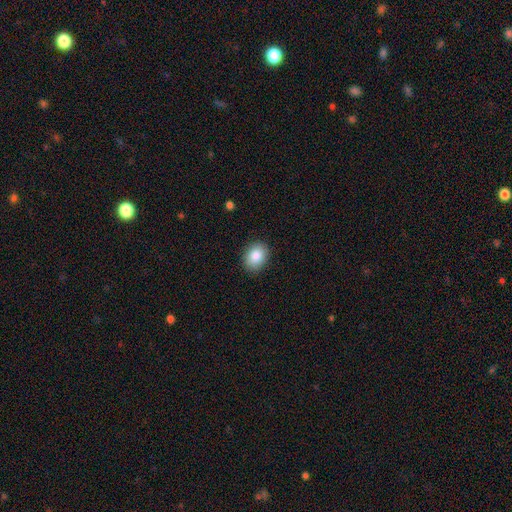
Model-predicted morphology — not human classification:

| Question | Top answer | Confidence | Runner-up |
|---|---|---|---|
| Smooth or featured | smooth | 85% | star or artifact (8%) |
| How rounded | in between | 57% | round (42%) |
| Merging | none | 89% | minor disturbance (8%) |